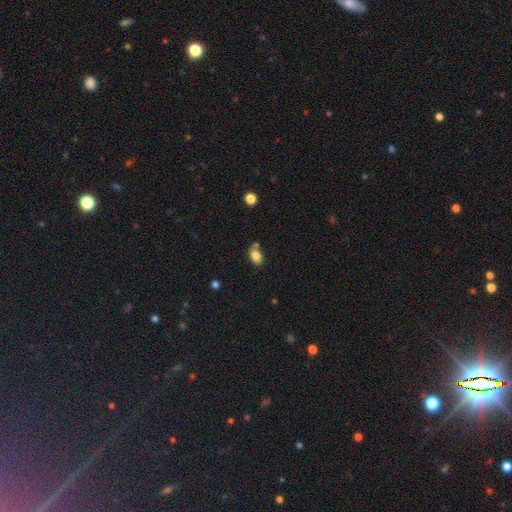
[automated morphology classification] A smooth galaxy with no disk features (81%) that is in between round and cigar-shaped (84%). Merging: none (66%).